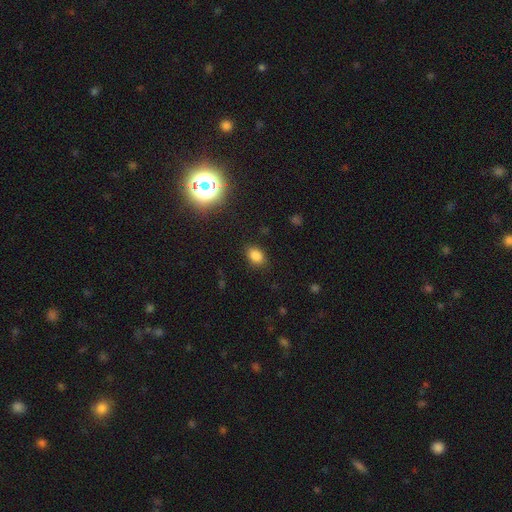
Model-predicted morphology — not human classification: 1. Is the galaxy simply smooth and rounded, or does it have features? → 82% smooth, 13% star or artifact, 5% featured or disk.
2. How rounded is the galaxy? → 78% in between, 21% round, 1% cigar-shaped.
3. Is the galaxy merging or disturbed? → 85% none, 10% minor disturbance, 3% major disturbance, 1% merger.